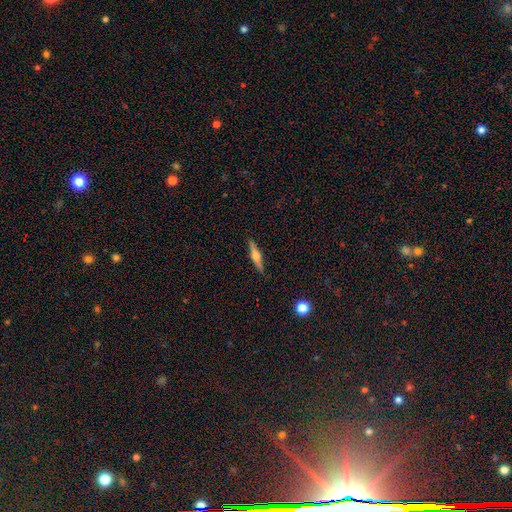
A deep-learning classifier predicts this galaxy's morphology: Q: Smooth or featured?
A: featured or disk (64%); runner-up: smooth (30%)
Q: Edge-on disk?
A: yes (97%); runner-up: no (3%)
Q: Edge-on bulge?
A: rounded (86%); runner-up: boxy (10%)
Q: Merging?
A: none (90%); runner-up: minor disturbance (8%)